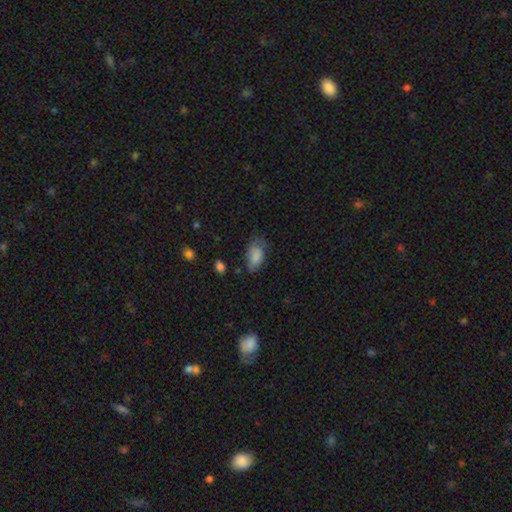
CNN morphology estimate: The model was most divided on "merging": none: 50%, minor disturbance: 33%, major disturbance: 14%, merger: 2%. More confident: how rounded — in between (92%); smooth or featured — smooth (80%).